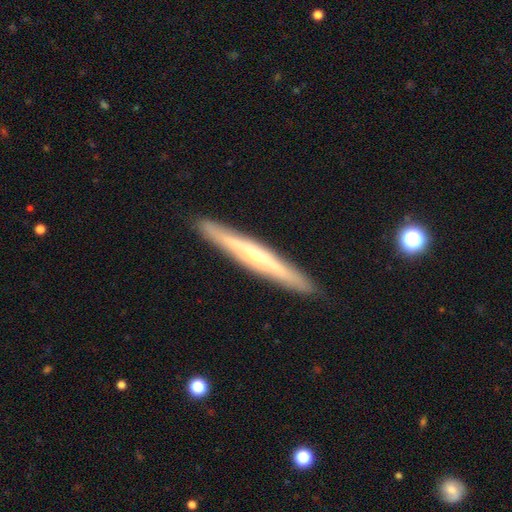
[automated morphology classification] Smooth or featured? featured or disk (70%)
Edge-on disk? yes (94%)
Edge-on bulge? rounded (66%)
Merging? none (91%)